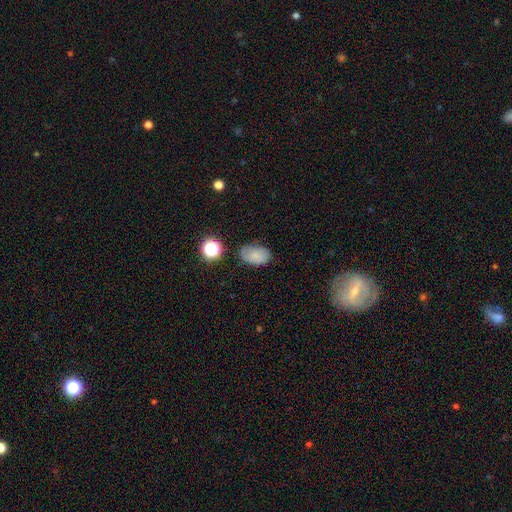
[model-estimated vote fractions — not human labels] A smooth galaxy with no disk features (72%) that is in between round and cigar-shaped (86%).

Vote fractions:
- Smooth or featured? smooth: 72% / featured or disk: 15% / star or artifact: 12%
- How rounded? in between: 86% / round: 13% / cigar-shaped: 1%
- Merging? none: 69% / minor disturbance: 22% / major disturbance: 6% / merger: 3%